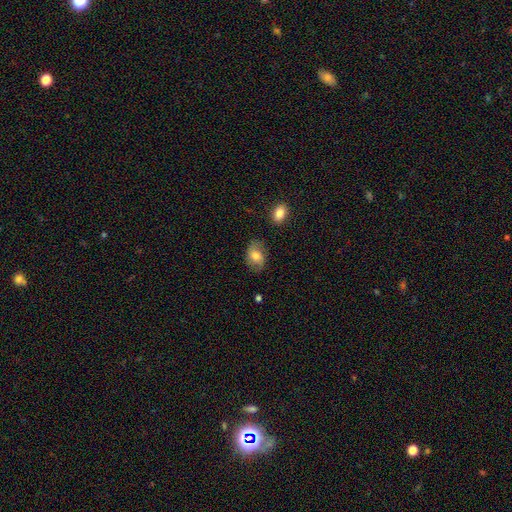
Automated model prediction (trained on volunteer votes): Smooth or featured? smooth (64%)
How rounded? in between (75%)
Merging? none (73%)